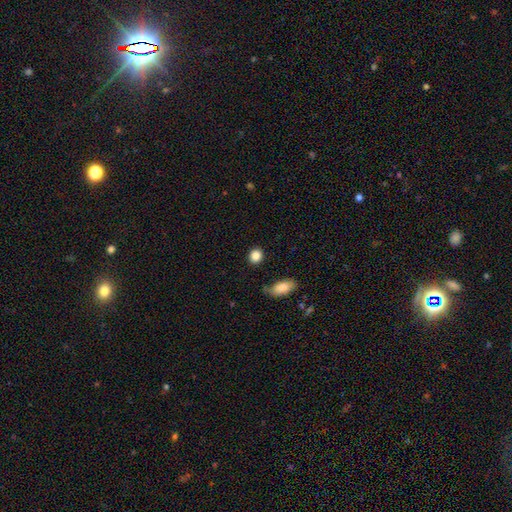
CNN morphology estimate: Smooth or featured? smooth (87%)
How rounded? round (74%)
Merging? none (85%)